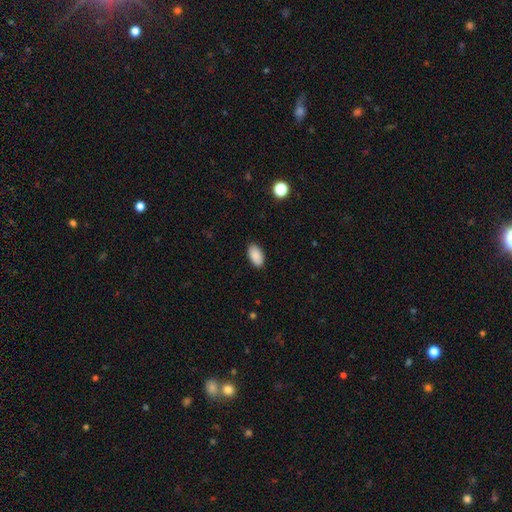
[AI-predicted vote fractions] This appears to be a smooth galaxy with no disk features (90%) that is in between round and cigar-shaped (95%). Merging: none (87%).